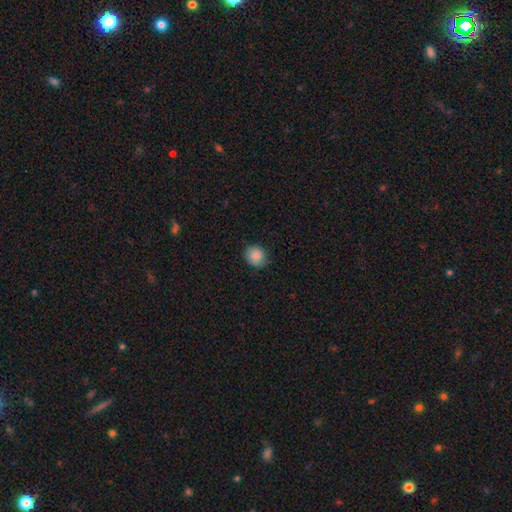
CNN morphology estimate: Smooth or featured?
  - smooth: 86% *
  - star or artifact: 9%
  - featured or disk: 5%
How rounded?
  - round: 79% *
  - in between: 20%
  - cigar-shaped: 1%
Merging?
  - none: 82% *
  - minor disturbance: 15%
  - major disturbance: 3%
  - merger: 1%